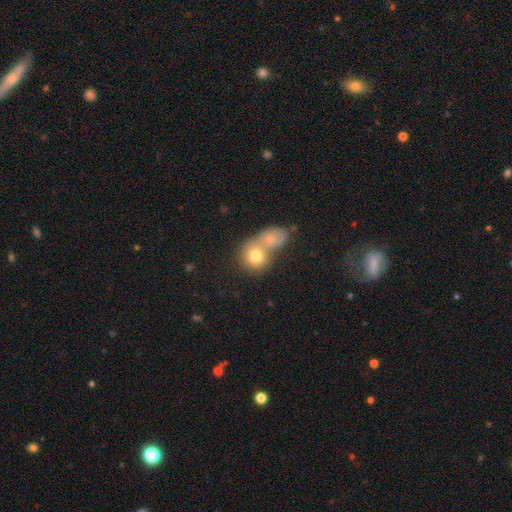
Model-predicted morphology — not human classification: smooth_or_featured: smooth (p=0.74) [alt: featured or disk p=0.16]
how_rounded: round (p=0.78) [alt: in between p=0.21]
merging: merger (p=0.63) [alt: none p=0.27]